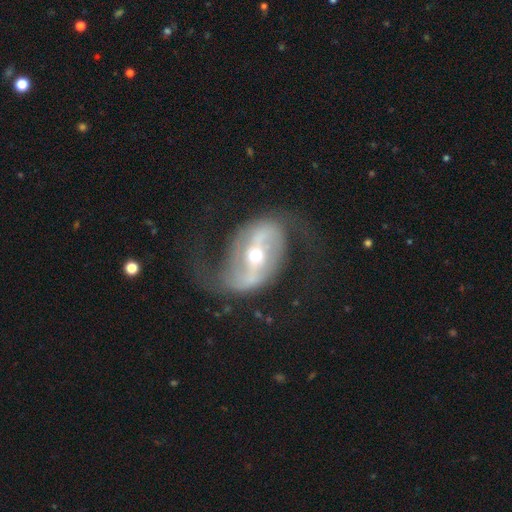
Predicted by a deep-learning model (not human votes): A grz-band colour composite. It shows a featured or disk galaxy (81%) with a strong bar (48%), 2 (87%) loose (51%) spiral arms (76%) and a moderate central bulge (73%). Merging: none (59%).